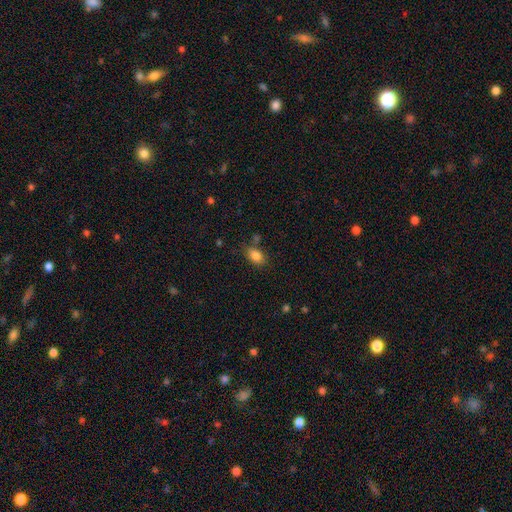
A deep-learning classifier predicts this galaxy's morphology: Q: Smooth or featured?
A: smooth (84%); runner-up: star or artifact (10%)
Q: How rounded?
A: in between (81%); runner-up: round (18%)
Q: Merging?
A: none (73%); runner-up: minor disturbance (15%)